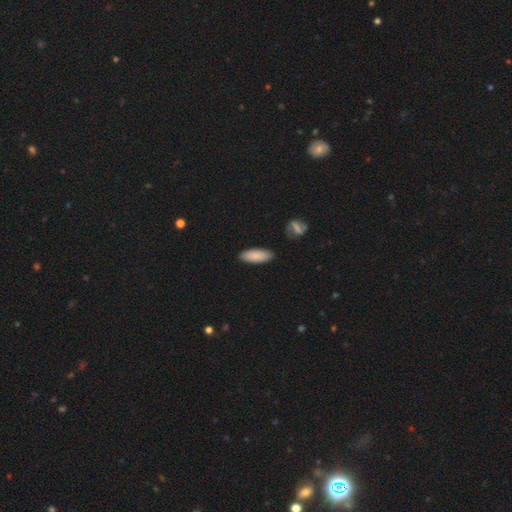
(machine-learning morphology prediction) A smooth galaxy with no disk features (85%) that is in between round and cigar-shaped (75%).

Vote fractions:
- Smooth or featured? smooth: 85% / featured or disk: 9% / star or artifact: 6%
- How rounded? in between: 75% / cigar-shaped: 23% / round: 2%
- Merging? none: 83% / minor disturbance: 12% / merger: 3% / major disturbance: 2%